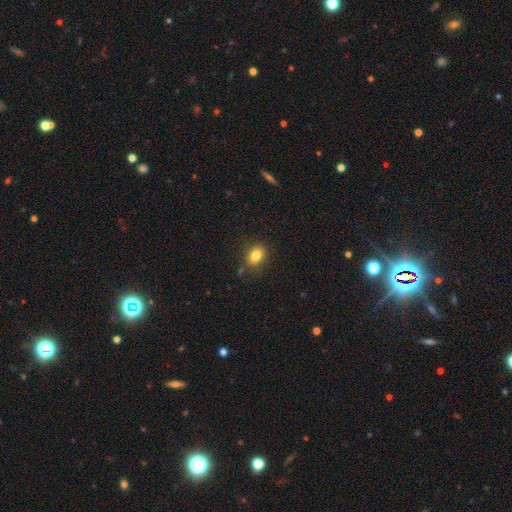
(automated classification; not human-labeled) Morphology: type=smooth (82%); roundness=in between (68%); merging=none (81%).